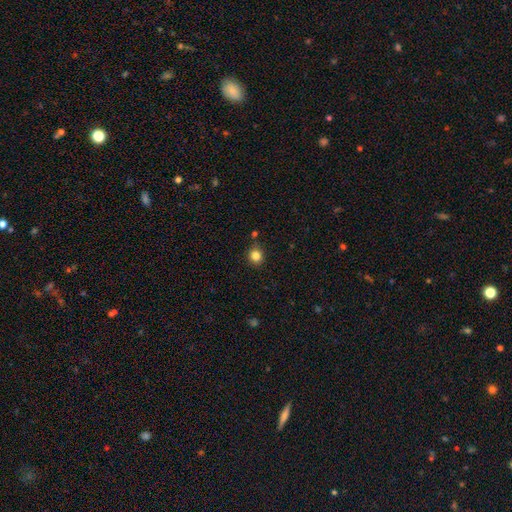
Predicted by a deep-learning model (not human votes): Smooth or featured?
  - smooth: 84% *
  - star or artifact: 12%
  - featured or disk: 5%
How rounded?
  - round: 86% *
  - in between: 13%
  - cigar-shaped: 1%
Merging?
  - none: 83% *
  - minor disturbance: 11%
  - merger: 4%
  - major disturbance: 3%